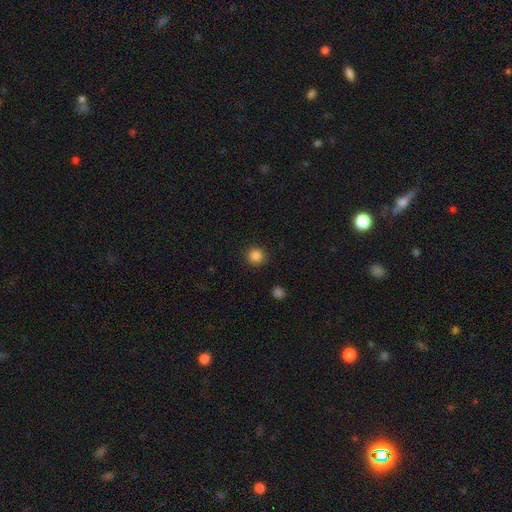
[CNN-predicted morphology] Smooth or featured? Predicted: smooth (p=0.85). How rounded? Predicted: round (p=0.93). Merging? Predicted: none (p=0.91).